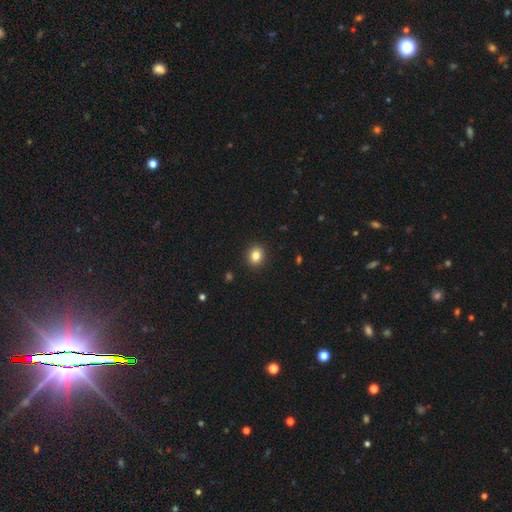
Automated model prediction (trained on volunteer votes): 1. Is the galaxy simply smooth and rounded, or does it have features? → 83% smooth, 11% star or artifact, 6% featured or disk.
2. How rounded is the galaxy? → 68% round, 31% in between, 1% cigar-shaped.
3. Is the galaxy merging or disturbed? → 91% none, 6% minor disturbance, 2% major disturbance, 1% merger.